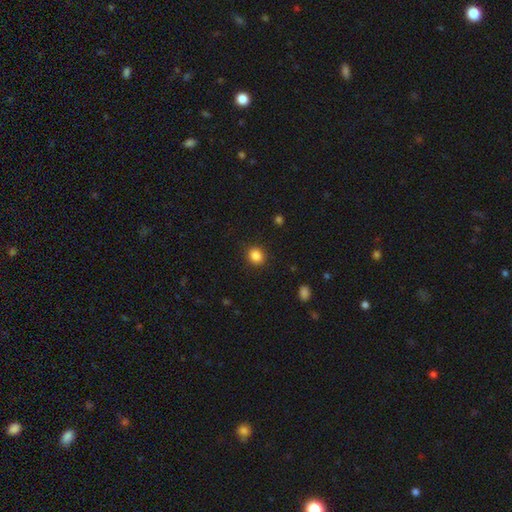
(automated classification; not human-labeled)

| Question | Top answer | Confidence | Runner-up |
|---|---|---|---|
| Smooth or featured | smooth | 86% | star or artifact (10%) |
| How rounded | round | 78% | in between (21%) |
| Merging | none | 89% | minor disturbance (7%) |